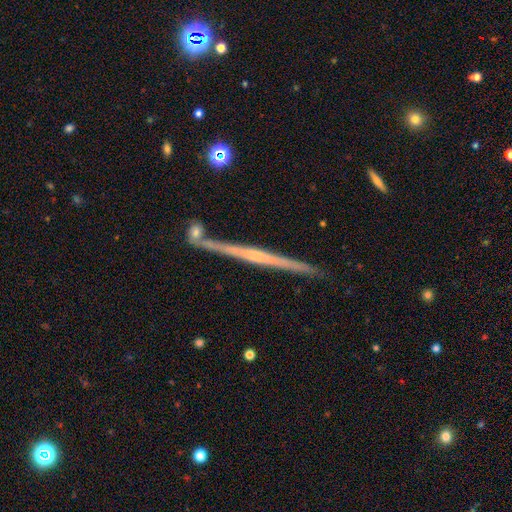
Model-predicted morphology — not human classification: This is likely a featured or disk galaxy (75%). It is clearly viewed edge-on (98%). Edge-on bulge: possibly none (55%). Merging: clearly none (81%).